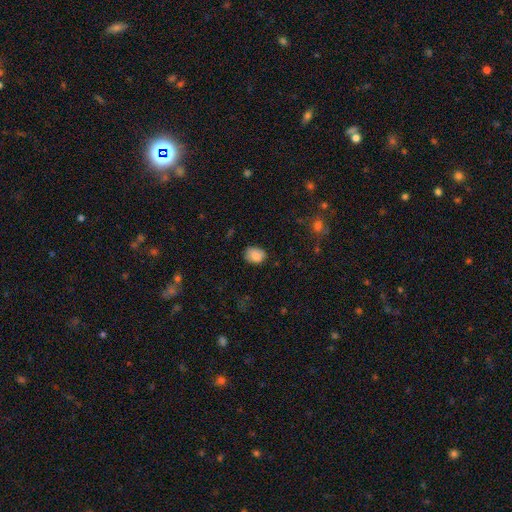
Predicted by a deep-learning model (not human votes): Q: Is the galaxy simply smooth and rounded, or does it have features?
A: smooth — 85%.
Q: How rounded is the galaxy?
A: in between — 63%.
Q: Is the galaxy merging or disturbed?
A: none — 72%.